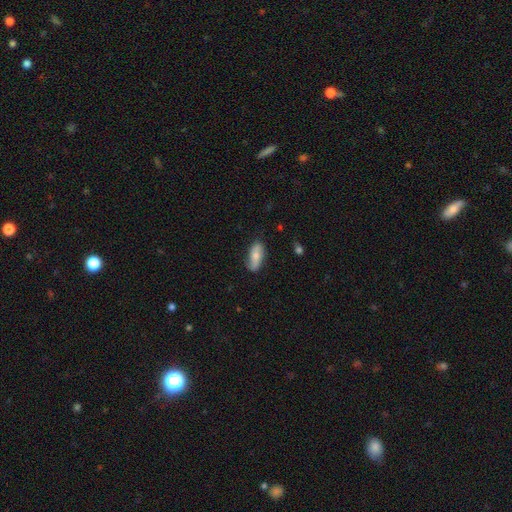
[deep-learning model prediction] smooth 64%, featured or disk 30%, star or artifact 6%. Down the decision tree: how rounded — in between (82%); merging — none (77%).